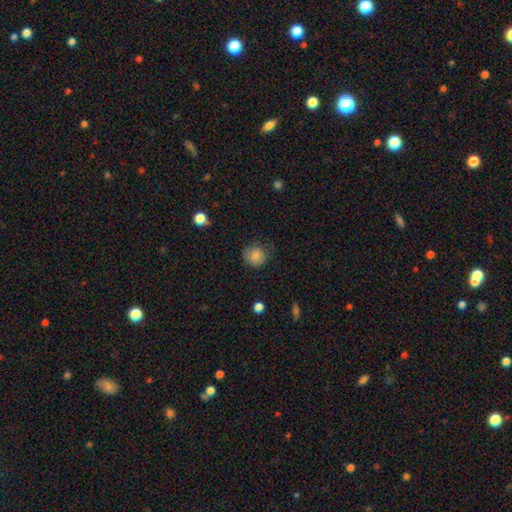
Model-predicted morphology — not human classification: Smooth or featured: smooth — 84% (star or artifact — 9%)
How rounded: round — 87% (in between — 12%)
Merging: none — 68% (minor disturbance — 23%)